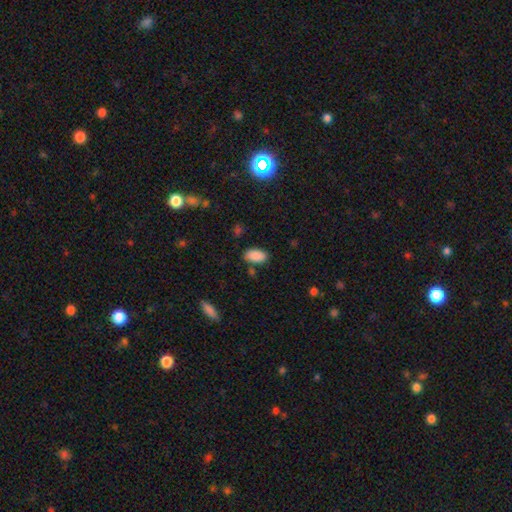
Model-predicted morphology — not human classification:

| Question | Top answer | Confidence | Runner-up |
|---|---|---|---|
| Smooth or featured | smooth | 89% | star or artifact (7%) |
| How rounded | in between | 94% | round (3%) |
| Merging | none | 81% | minor disturbance (12%) |